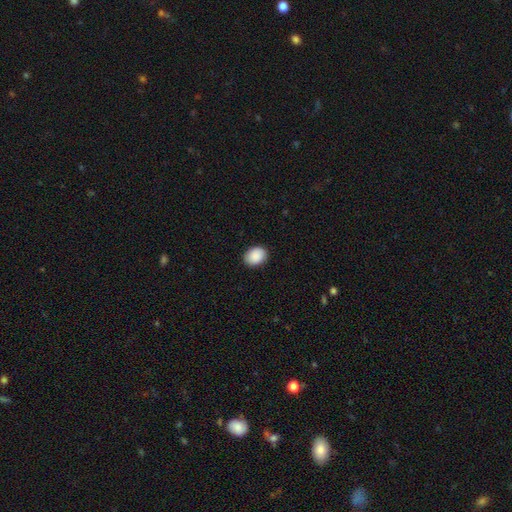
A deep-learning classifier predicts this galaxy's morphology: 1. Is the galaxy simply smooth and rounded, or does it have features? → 90% smooth, 7% star or artifact, 3% featured or disk.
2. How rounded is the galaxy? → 63% in between, 36% round, 1% cigar-shaped.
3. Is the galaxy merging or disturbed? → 89% none, 9% minor disturbance, 2% major disturbance, 1% merger.